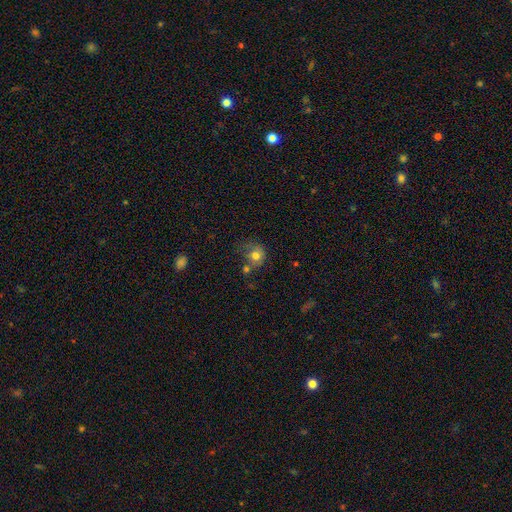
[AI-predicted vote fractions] This appears to be a smooth galaxy with no disk features (74%) that is round (76%). Merging: none (40%).